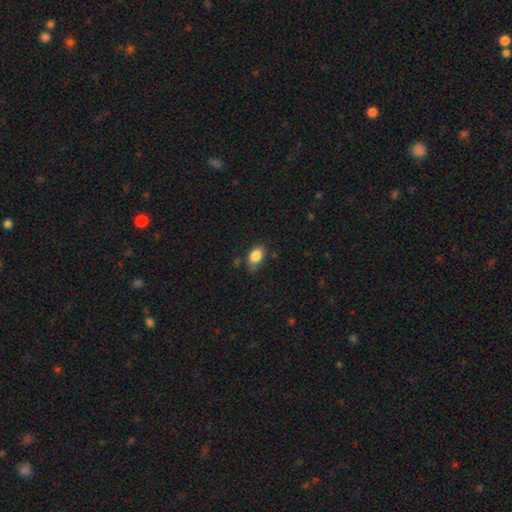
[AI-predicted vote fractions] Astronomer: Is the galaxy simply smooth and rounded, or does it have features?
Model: smooth — 85%.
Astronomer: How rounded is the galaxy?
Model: in between — 84%.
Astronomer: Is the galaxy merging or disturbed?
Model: none — 68%.